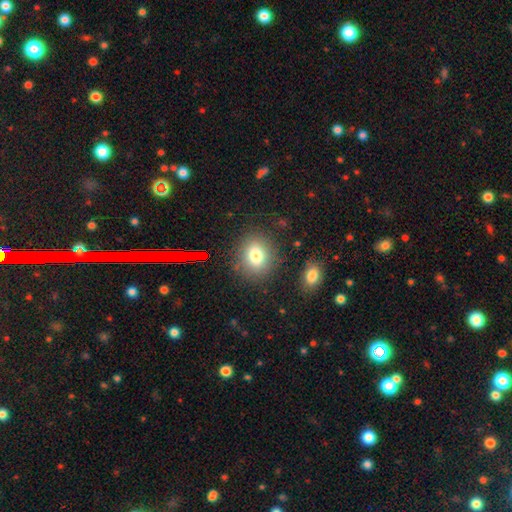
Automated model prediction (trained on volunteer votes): Smooth or featured?
  - smooth: 76% *
  - star or artifact: 13%
  - featured or disk: 11%
How rounded?
  - round: 55% *
  - in between: 44%
  - cigar-shaped: 1%
Merging?
  - none: 83% *
  - minor disturbance: 10%
  - major disturbance: 4%
  - merger: 3%